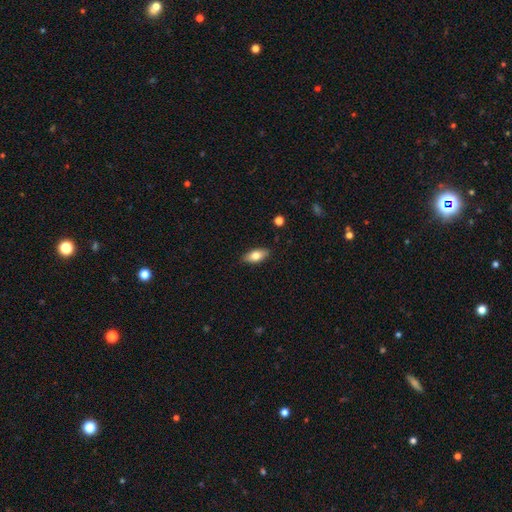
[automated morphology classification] The model was most divided on "smooth or featured": smooth: 75%, featured or disk: 18%, star or artifact: 7%. More confident: merging — none (87%); how rounded — in between (85%).